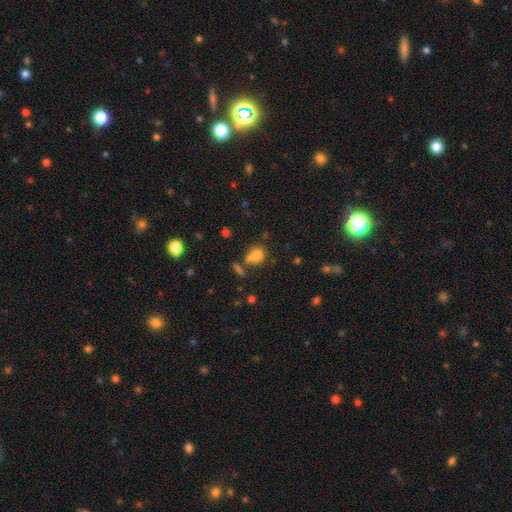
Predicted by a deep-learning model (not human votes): Smooth or featured?
  - smooth: 80% *
  - star or artifact: 12%
  - featured or disk: 7%
How rounded?
  - in between: 56% *
  - round: 42%
  - cigar-shaped: 2%
Merging?
  - none: 50% *
  - merger: 25%
  - minor disturbance: 17%
  - major disturbance: 8%